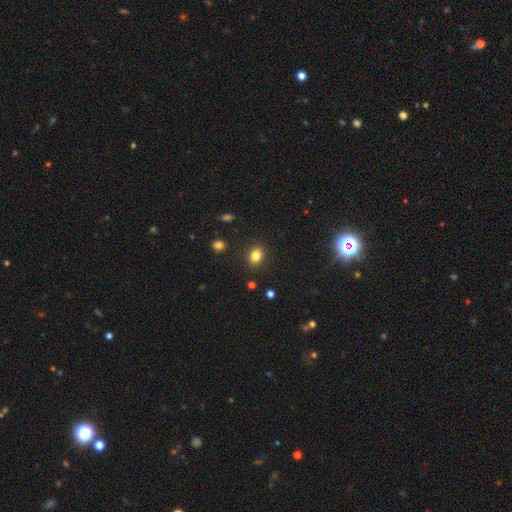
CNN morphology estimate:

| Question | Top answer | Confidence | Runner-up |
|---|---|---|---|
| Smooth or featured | smooth | 83% | star or artifact (11%) |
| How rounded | in between | 54% | round (45%) |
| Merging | none | 88% | minor disturbance (8%) |